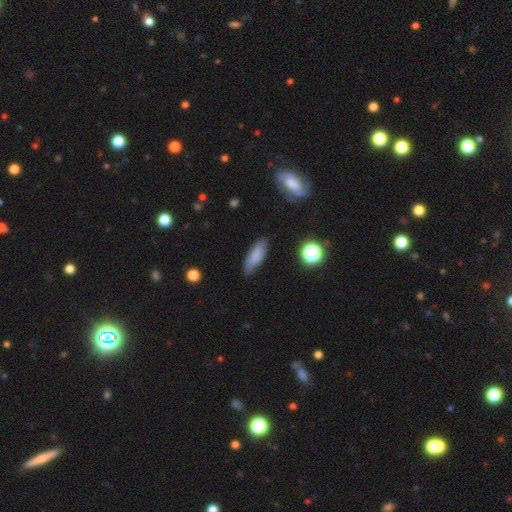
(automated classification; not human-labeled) smooth_or_featured: smooth (p=0.73) [alt: featured or disk p=0.18]
how_rounded: in between (p=0.68) [alt: cigar-shaped p=0.29]
merging: none (p=0.76) [alt: minor disturbance p=0.18]